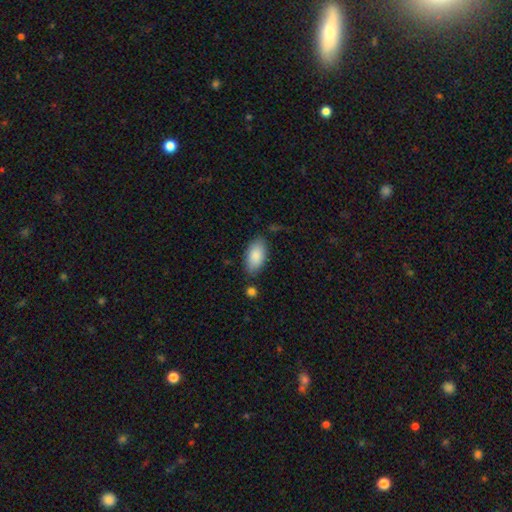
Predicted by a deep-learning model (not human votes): Smooth or featured? Predicted: smooth (p=0.87). How rounded? Predicted: in between (p=0.94). Merging? Predicted: none (p=0.77).